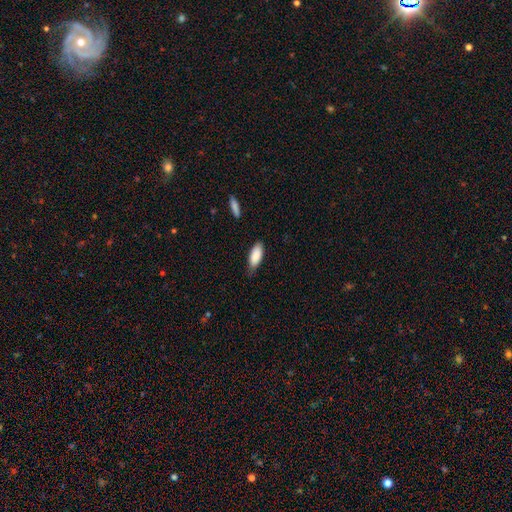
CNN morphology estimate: This appears to be a smooth galaxy with no disk features (88%) that is in between round and cigar-shaped (83%). Merging: none (70%).